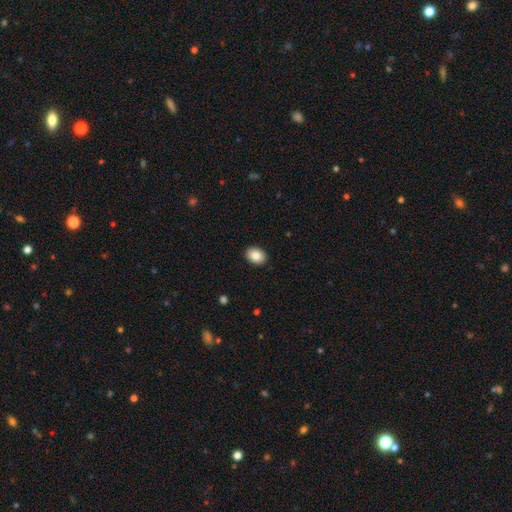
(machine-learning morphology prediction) Smooth or featured: smooth — 87% (star or artifact — 8%)
How rounded: in between — 72% (round — 27%)
Merging: none — 91% (minor disturbance — 7%)